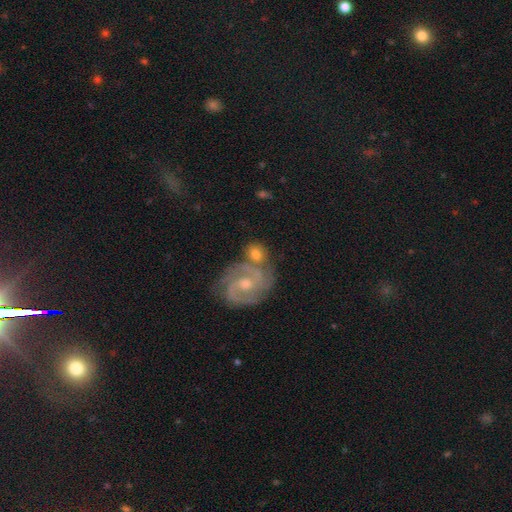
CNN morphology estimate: type=featured or disk (73%); edge-on=no (96%); bar=no (47%); spiral arms=yes (93%); winding=tight (47%); arm count=2 (64%); bulge=moderate (56%); merging=none (58%).